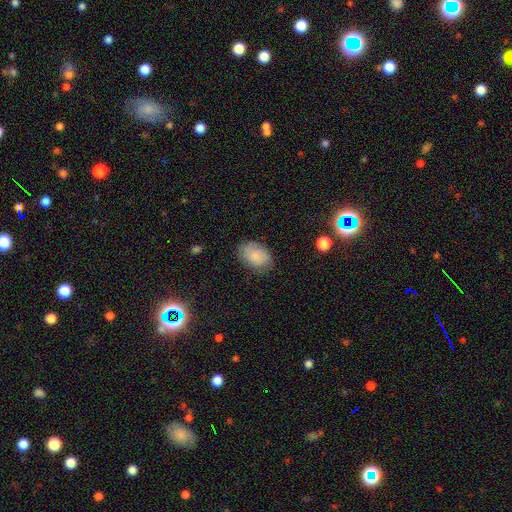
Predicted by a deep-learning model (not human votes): Smooth or featured?
  - smooth: 83% *
  - featured or disk: 10%
  - star or artifact: 8%
How rounded?
  - in between: 84% *
  - round: 15%
  - cigar-shaped: 1%
Merging?
  - none: 77% *
  - minor disturbance: 17%
  - major disturbance: 4%
  - merger: 1%